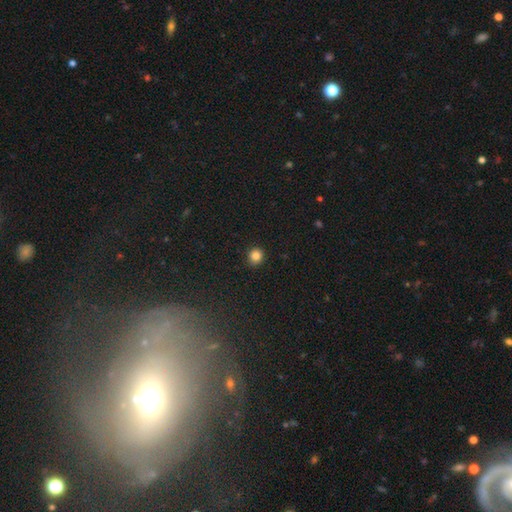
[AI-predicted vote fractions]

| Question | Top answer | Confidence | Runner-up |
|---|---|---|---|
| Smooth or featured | smooth | 85% | star or artifact (11%) |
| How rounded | round | 92% | in between (7%) |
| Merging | none | 92% | minor disturbance (5%) |